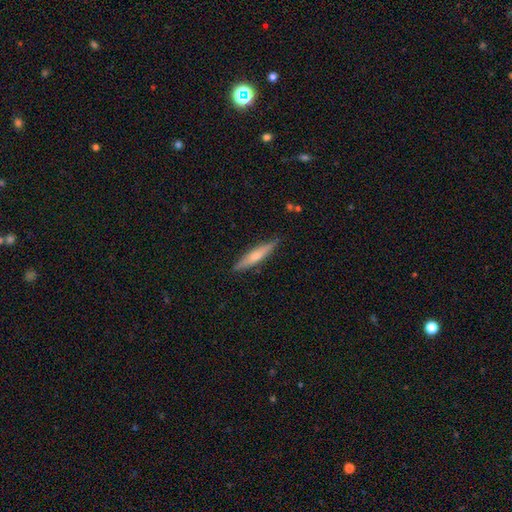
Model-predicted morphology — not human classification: smooth_or_featured: smooth (p=0.56) [alt: featured or disk p=0.38]
how_rounded: cigar-shaped (p=0.88) [alt: in between p=0.11]
merging: none (p=0.87) [alt: minor disturbance p=0.10]